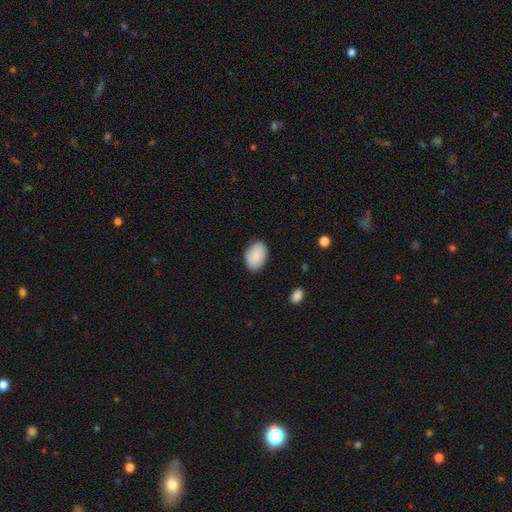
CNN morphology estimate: Smooth or featured?
  - smooth: 87% *
  - featured or disk: 7%
  - star or artifact: 6%
How rounded?
  - in between: 87% *
  - round: 12%
  - cigar-shaped: 1%
Merging?
  - none: 86% *
  - minor disturbance: 10%
  - major disturbance: 2%
  - merger: 1%